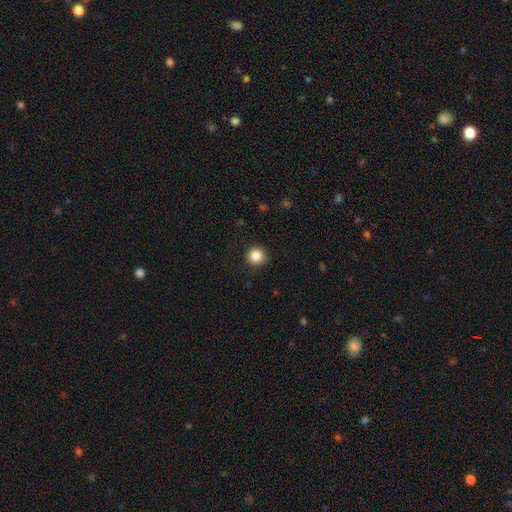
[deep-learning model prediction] Smooth or featured? smooth (85%)
How rounded? round (94%)
Merging? none (91%)